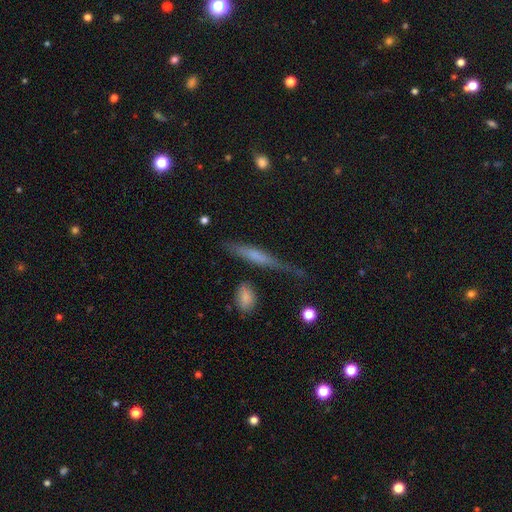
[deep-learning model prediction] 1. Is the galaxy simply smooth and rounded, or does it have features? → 49% smooth, 43% featured or disk, 9% star or artifact.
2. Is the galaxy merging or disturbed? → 59% none, 24% minor disturbance, 10% major disturbance, 7% merger.